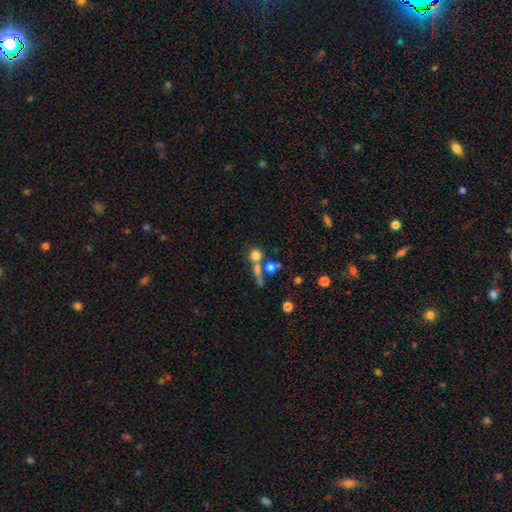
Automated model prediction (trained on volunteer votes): Smooth or featured: smooth — 73% (star or artifact — 14%)
How rounded: round — 83% (in between — 13%)
Merging: none — 47% (merger — 37%)